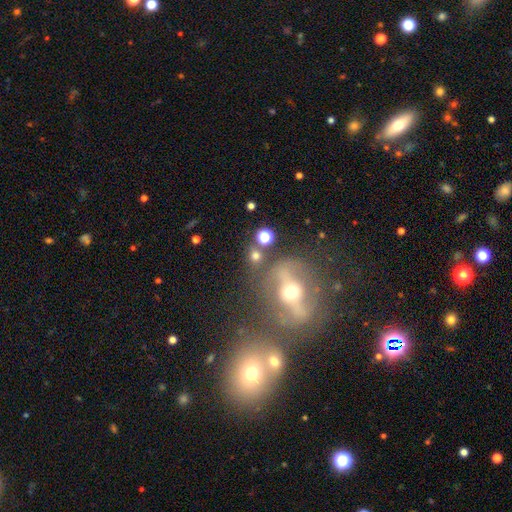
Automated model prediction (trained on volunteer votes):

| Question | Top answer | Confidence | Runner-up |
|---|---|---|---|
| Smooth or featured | smooth | 60% | featured or disk (20%) |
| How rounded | round | 77% | in between (21%) |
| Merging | none | 70% | merger (13%) |